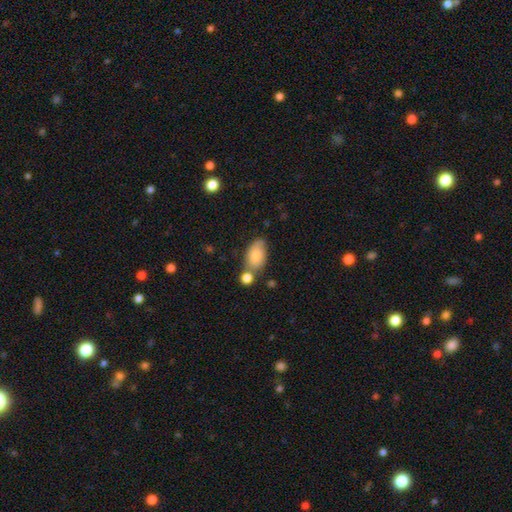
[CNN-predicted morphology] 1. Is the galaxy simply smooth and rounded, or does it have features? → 75% smooth, 18% featured or disk, 8% star or artifact.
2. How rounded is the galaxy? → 90% in between, 8% round, 2% cigar-shaped.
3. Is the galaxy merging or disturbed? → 51% none, 23% minor disturbance, 20% merger, 7% major disturbance.